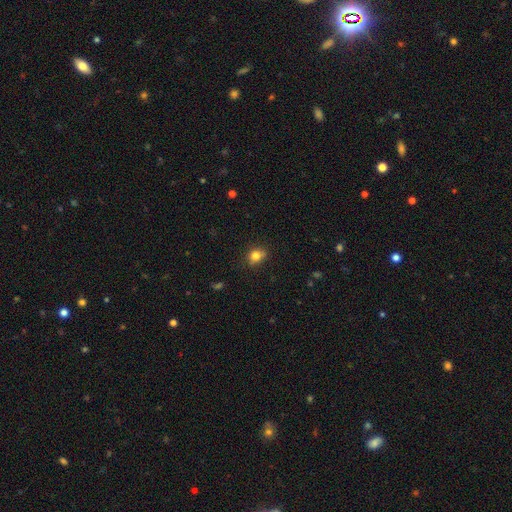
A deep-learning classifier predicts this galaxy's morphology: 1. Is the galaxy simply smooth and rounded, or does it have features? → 80% smooth, 11% star or artifact, 8% featured or disk.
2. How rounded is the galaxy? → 58% round, 41% in between, 1% cigar-shaped.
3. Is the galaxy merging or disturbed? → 73% none, 20% minor disturbance, 4% major disturbance, 3% merger.